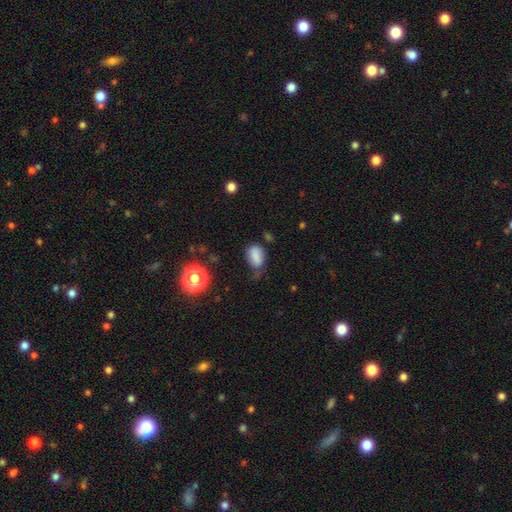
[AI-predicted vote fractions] A smooth galaxy with no disk features (79%) that is in between round and cigar-shaped (83%).

Vote fractions:
- Smooth or featured? smooth: 79% / star or artifact: 11% / featured or disk: 10%
- How rounded? in between: 83% / round: 15% / cigar-shaped: 2%
- Merging? none: 45% / minor disturbance: 35% / major disturbance: 15% / merger: 4%